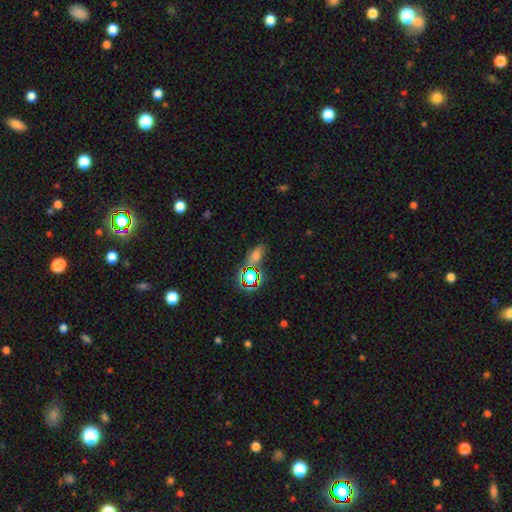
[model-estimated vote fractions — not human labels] This is possibly a star or artifact rather than a galaxy (46%).